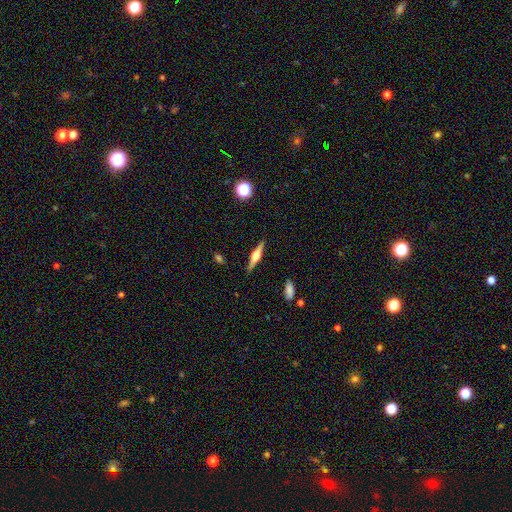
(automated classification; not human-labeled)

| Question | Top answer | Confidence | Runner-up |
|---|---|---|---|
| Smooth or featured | featured or disk | 72% | smooth (22%) |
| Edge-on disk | yes | 98% | no (2%) |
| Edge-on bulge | rounded | 92% | boxy (6%) |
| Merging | none | 90% | minor disturbance (7%) |